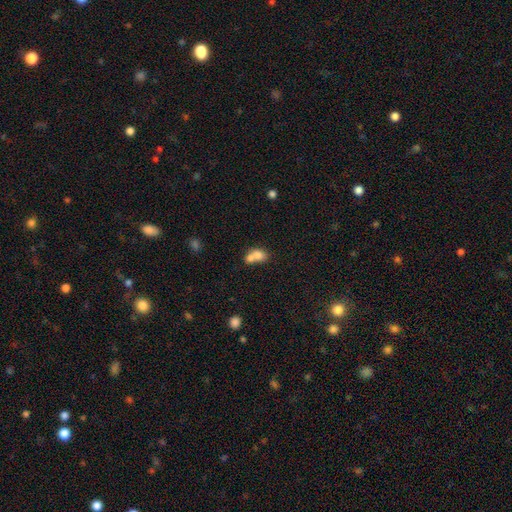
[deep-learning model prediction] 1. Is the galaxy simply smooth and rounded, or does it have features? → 73% smooth, 17% featured or disk, 10% star or artifact.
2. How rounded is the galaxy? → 58% in between, 40% round, 2% cigar-shaped.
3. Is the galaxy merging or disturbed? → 70% merger, 21% none, 6% minor disturbance, 3% major disturbance.